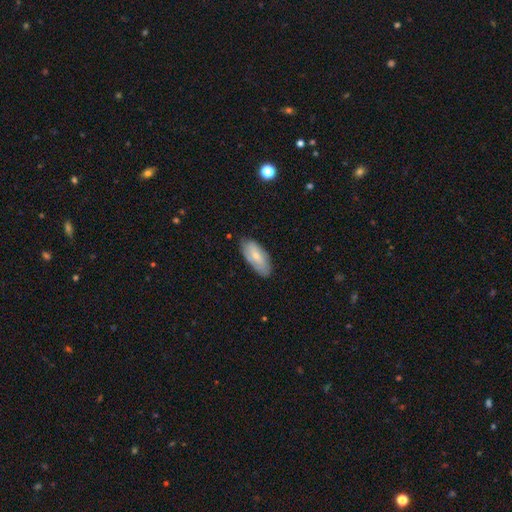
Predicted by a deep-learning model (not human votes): This appears to be a smooth galaxy with no disk features (65%) that is in between round and cigar-shaped (88%). Merging: none (77%).